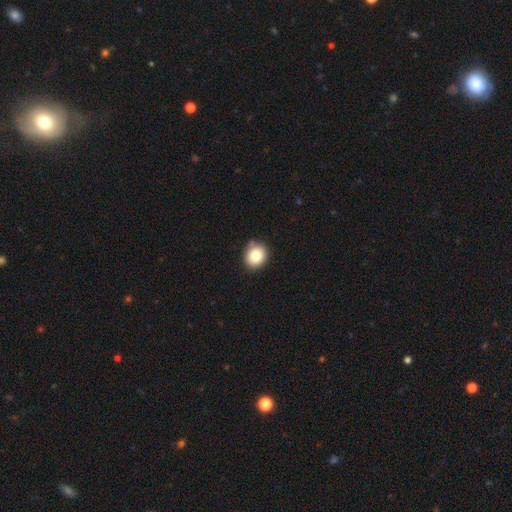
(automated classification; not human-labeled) smooth-or-featured: smooth: 83% | star or artifact: 10% | featured or disk: 8%
  how-rounded: round: 78% | in between: 21% | cigar-shaped: 1%
  merging: none: 78% | minor disturbance: 15% | merger: 3% | major disturbance: 3%